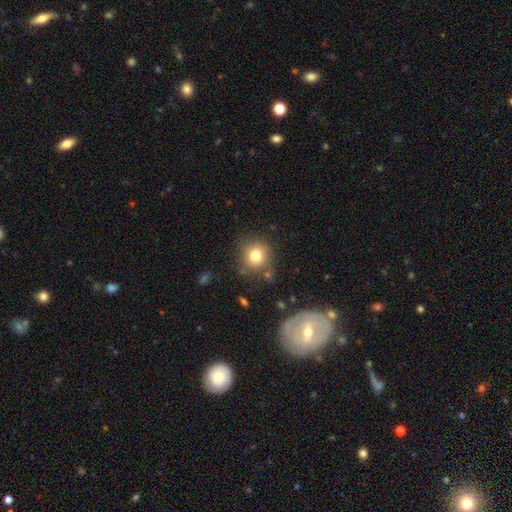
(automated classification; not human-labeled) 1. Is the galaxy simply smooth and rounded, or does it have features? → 79% smooth, 12% star or artifact, 9% featured or disk.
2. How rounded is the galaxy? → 85% round, 14% in between, 1% cigar-shaped.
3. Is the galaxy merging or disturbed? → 79% none, 12% minor disturbance, 5% merger, 4% major disturbance.